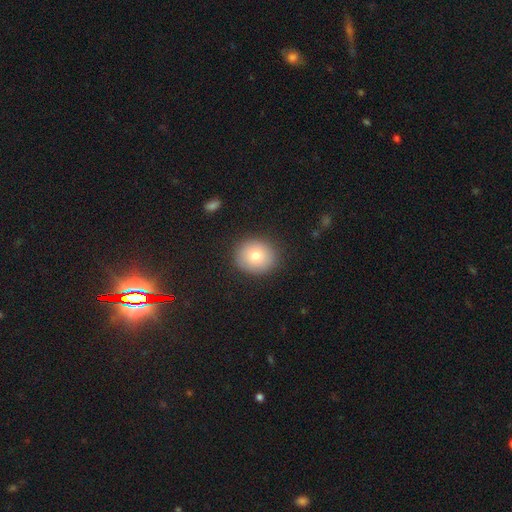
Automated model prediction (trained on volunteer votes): Smooth or featured? smooth (77%)
How rounded? round (74%)
Merging? none (88%)